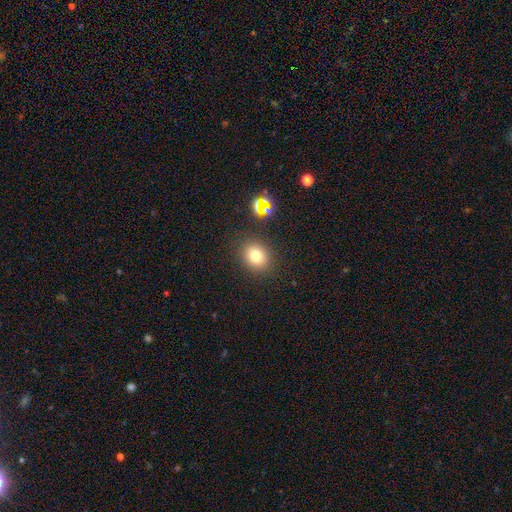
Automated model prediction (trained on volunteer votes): smooth_or_featured: smooth (p=0.74) [alt: star or artifact p=0.16]
how_rounded: round (p=0.70) [alt: in between p=0.29]
merging: none (p=0.86) [alt: minor disturbance p=0.08]